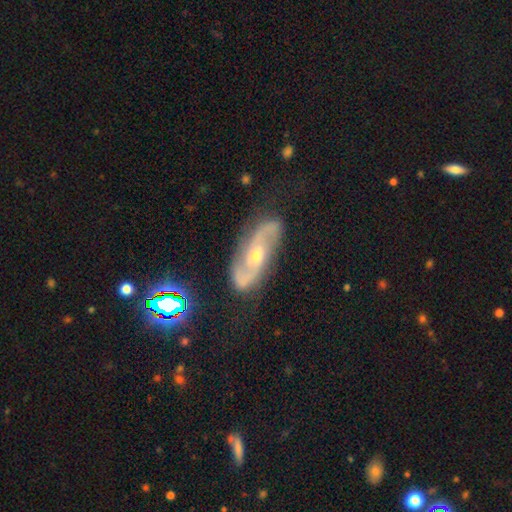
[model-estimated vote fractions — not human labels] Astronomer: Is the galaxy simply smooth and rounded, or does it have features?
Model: featured or disk — 85%.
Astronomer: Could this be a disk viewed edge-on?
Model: no — 93%.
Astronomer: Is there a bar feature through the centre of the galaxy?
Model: no — 55% (runner-up: weak, 31%).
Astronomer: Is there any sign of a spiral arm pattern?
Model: yes — 95%.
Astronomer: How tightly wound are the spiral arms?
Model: medium — 43% (runner-up: loose, 39%).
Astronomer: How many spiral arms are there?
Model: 2 — 91%.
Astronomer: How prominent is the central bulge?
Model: moderate — 56% (runner-up: small, 40%).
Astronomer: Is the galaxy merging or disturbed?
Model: none — 78%.